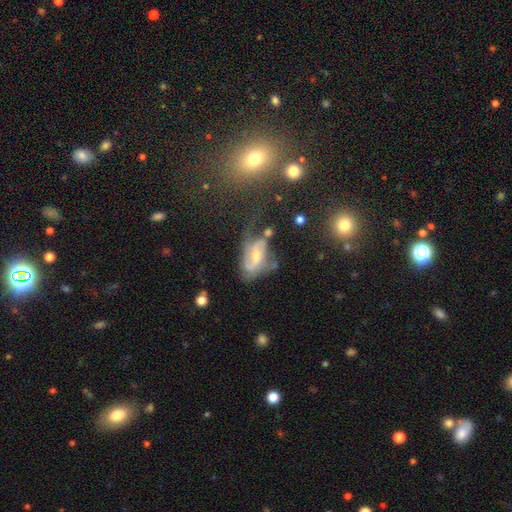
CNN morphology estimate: Smooth or featured? featured or disk (70%)
Edge-on disk? no (94%)
Bar? no (49%)
Spiral arms? yes (83%)
Spiral winding? medium (43%)
Spiral arm count? 2 (59%)
Bulge size? moderate (50%)
Merging? none (37%)